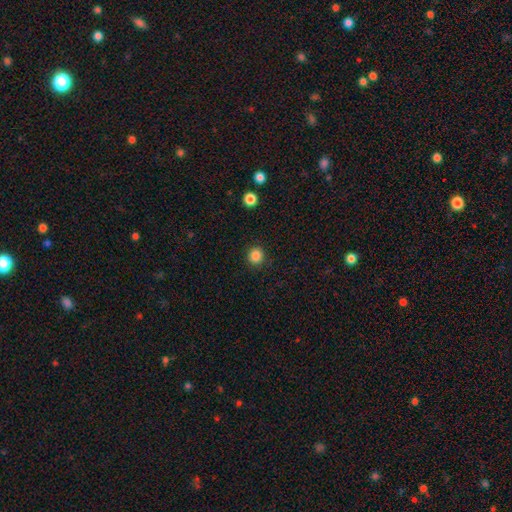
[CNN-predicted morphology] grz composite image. It shows a smooth galaxy with no disk features (85%) that is round (91%). Merging: none (90%).